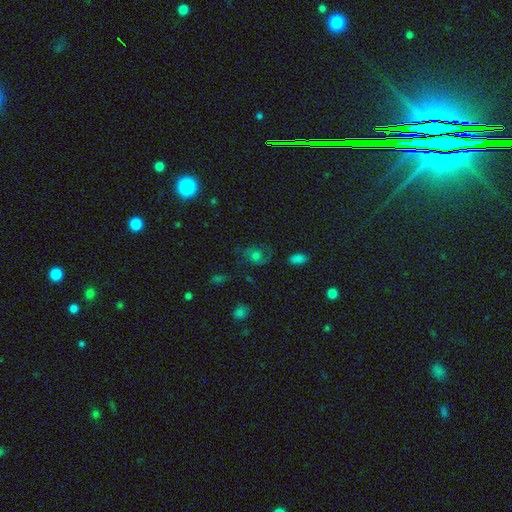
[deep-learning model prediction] This appears to be a smooth galaxy with no disk features (51%) that is round (52%). Merging: none (58%).